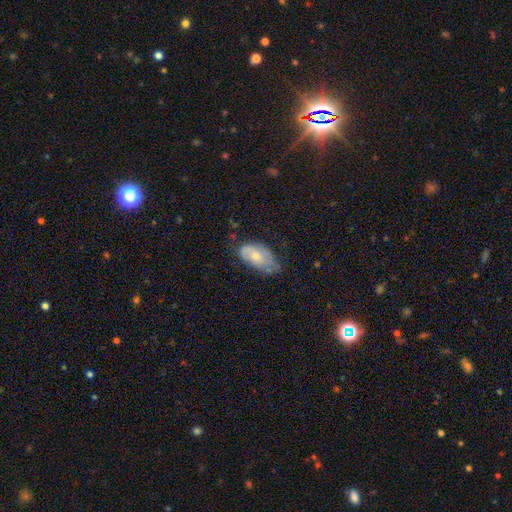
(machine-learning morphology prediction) This is possibly a smooth galaxy (57%). How rounded: clearly in between (93%). Merging: marginally none (43%).